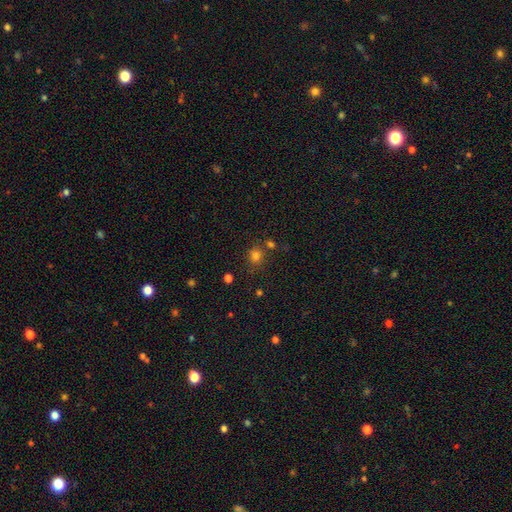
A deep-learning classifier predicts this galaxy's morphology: Smooth or featured? Predicted: smooth (p=0.78). How rounded? Predicted: round (p=0.83). Merging? Predicted: none (p=0.74).